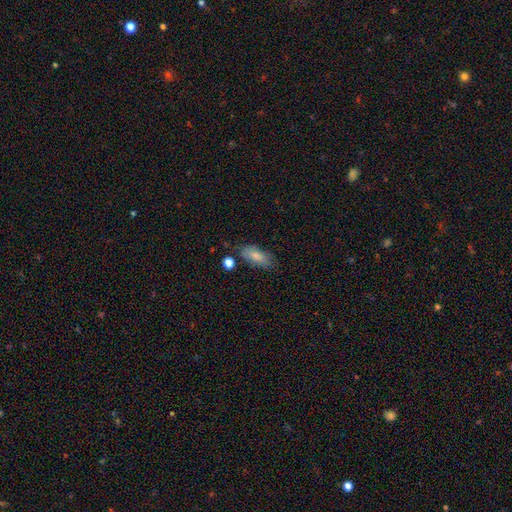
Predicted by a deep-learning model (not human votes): Overall: smooth (80%). How rounded: in between (84%). Merging: none (67%).